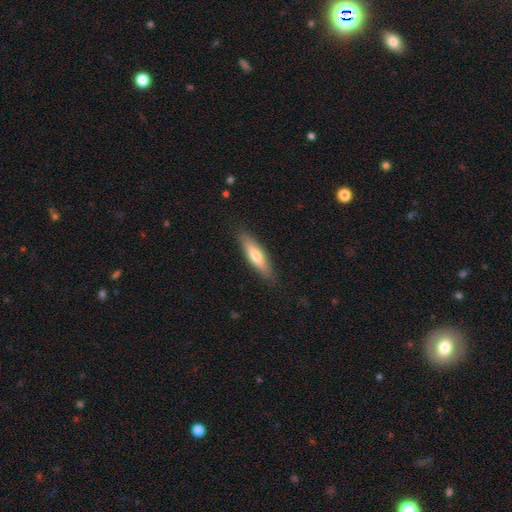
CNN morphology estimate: A smooth galaxy with no disk features (67%) that is cigar-shaped (68%). Merging: none (86%).